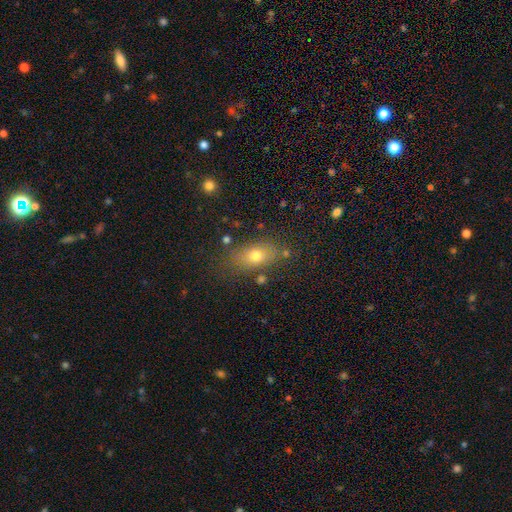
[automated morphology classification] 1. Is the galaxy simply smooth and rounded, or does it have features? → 71% smooth, 16% featured or disk, 13% star or artifact.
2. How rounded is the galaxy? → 76% in between, 16% round, 8% cigar-shaped.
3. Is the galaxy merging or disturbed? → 77% none, 14% minor disturbance, 5% major disturbance, 4% merger.